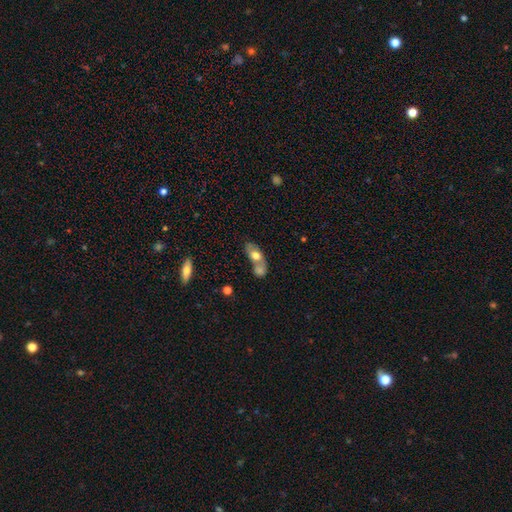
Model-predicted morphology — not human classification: This is possibly a smooth galaxy (59%). How rounded: likely in between (79%). Merging: possibly merger (54%).